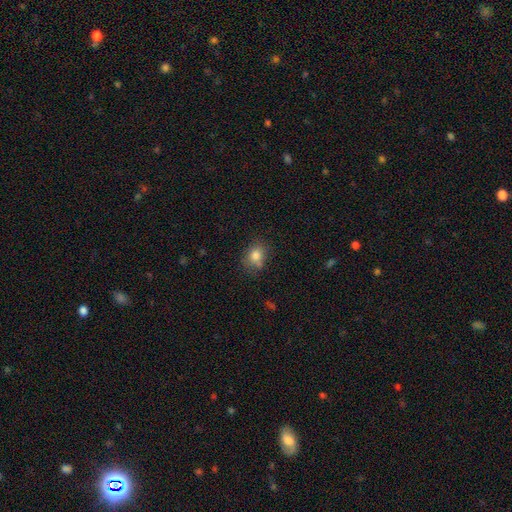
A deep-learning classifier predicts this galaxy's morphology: type=smooth (80%); roundness=round (54%); merging=none (65%).